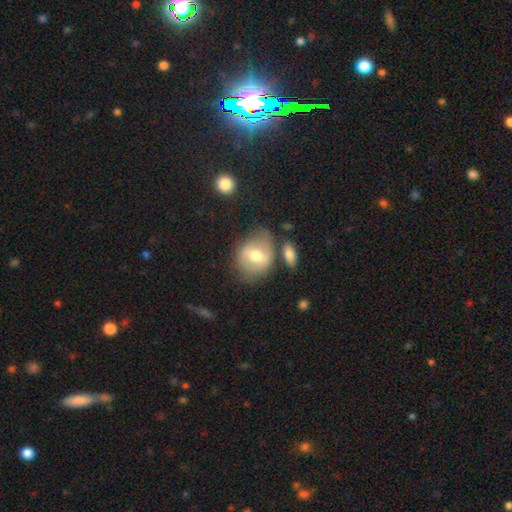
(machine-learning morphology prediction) This is possibly a smooth galaxy (59%). How rounded: possibly round (50%). Merging: possibly none (59%).